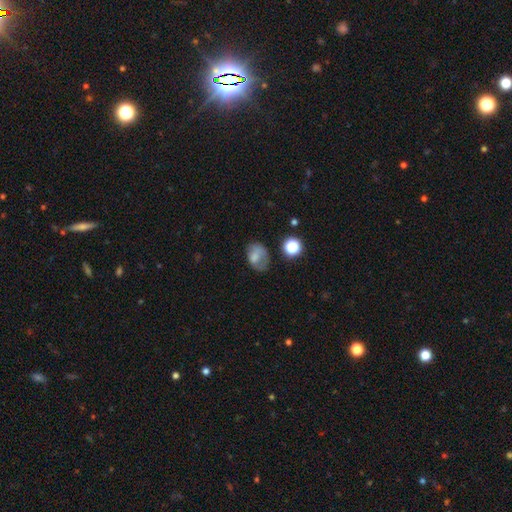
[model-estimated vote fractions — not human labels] smooth 66%, featured or disk 21%, star or artifact 13%. Down the decision tree: how rounded — in between (69%); merging — none (51%).